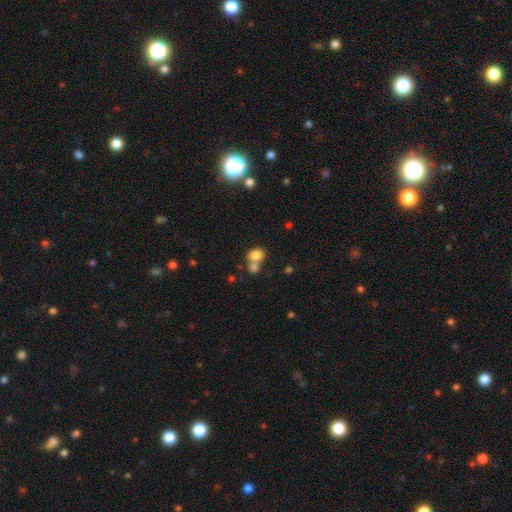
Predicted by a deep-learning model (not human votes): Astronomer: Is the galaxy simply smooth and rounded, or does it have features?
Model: smooth — 80%.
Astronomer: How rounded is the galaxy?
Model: round — 52% (runner-up: in between, 46%).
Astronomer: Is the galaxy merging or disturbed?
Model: merger — 51% (runner-up: none, 37%).